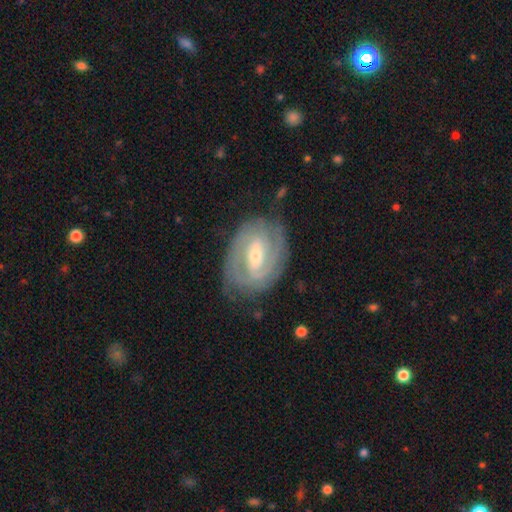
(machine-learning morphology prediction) Smooth or featured: featured or disk — 87% (smooth — 8%)
Edge-on disk: no — 97% (yes — 3%)
Bar: weak — 44% (strong — 31%)
Spiral arms: yes — 96% (no — 4%)
Spiral winding: tight — 67% (medium — 28%)
Spiral arm count: 2 — 66% (can't tell — 14%)
Bulge size: small — 54% (moderate — 42%)
Merging: none — 78% (minor disturbance — 16%)